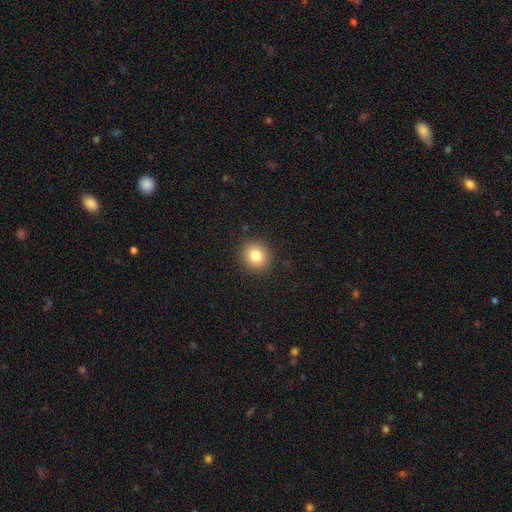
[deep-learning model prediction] smooth_or_featured: smooth (p=0.83) [alt: star or artifact p=0.10]
how_rounded: round (p=0.83) [alt: in between p=0.16]
merging: none (p=0.91) [alt: minor disturbance p=0.06]